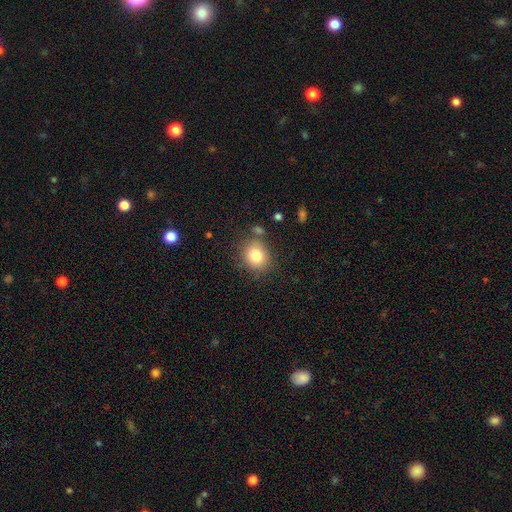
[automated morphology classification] Q: Smooth or featured?
A: smooth (80%); runner-up: star or artifact (11%)
Q: How rounded?
A: round (75%); runner-up: in between (24%)
Q: Merging?
A: none (78%); runner-up: minor disturbance (12%)